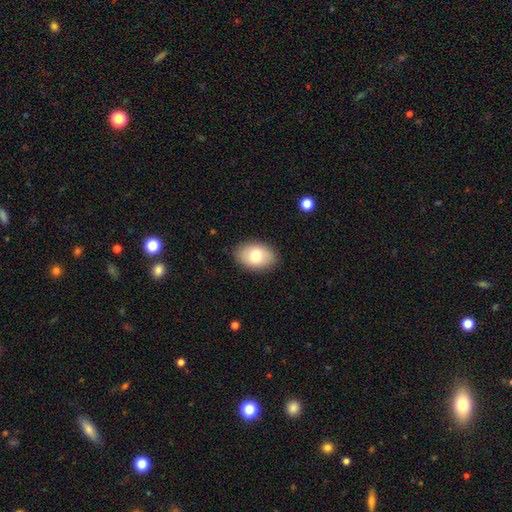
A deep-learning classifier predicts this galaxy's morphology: This appears to be a smooth galaxy with no disk features (76%) that is in between round and cigar-shaped (85%). Merging: none (87%).